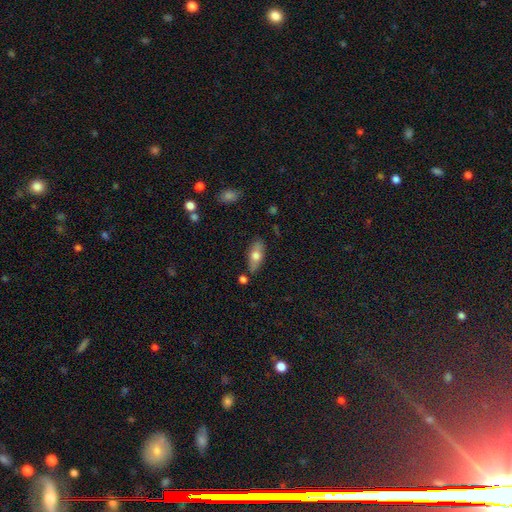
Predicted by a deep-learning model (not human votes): Smooth or featured: smooth — 68% (featured or disk — 26%)
How rounded: in between — 82% (cigar-shaped — 14%)
Merging: none — 77% (minor disturbance — 15%)